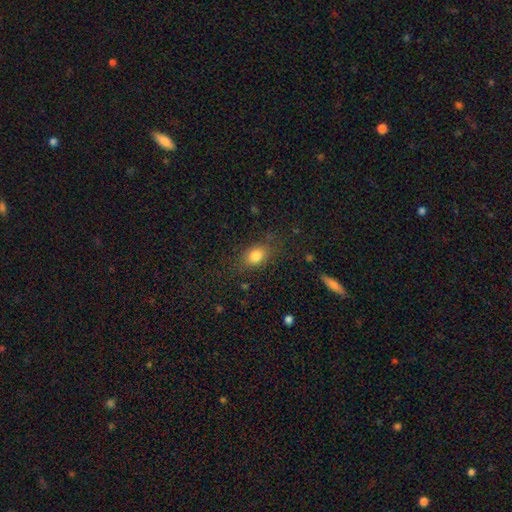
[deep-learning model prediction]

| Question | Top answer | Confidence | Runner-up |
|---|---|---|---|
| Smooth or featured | smooth | 81% | star or artifact (10%) |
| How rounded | in between | 71% | round (27%) |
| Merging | none | 77% | minor disturbance (15%) |